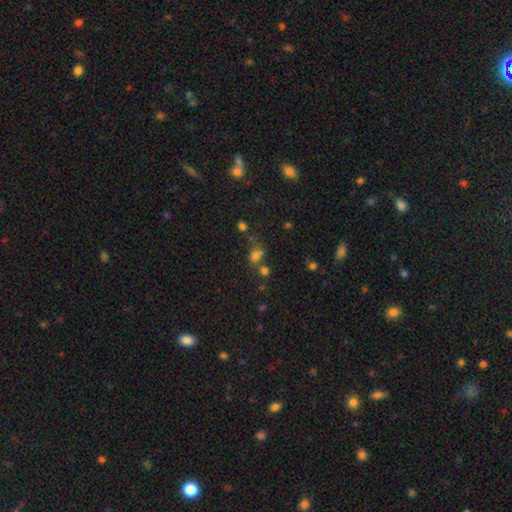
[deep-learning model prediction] Smooth or featured? smooth (64%)
How rounded? round (64%)
Merging? none (45%)